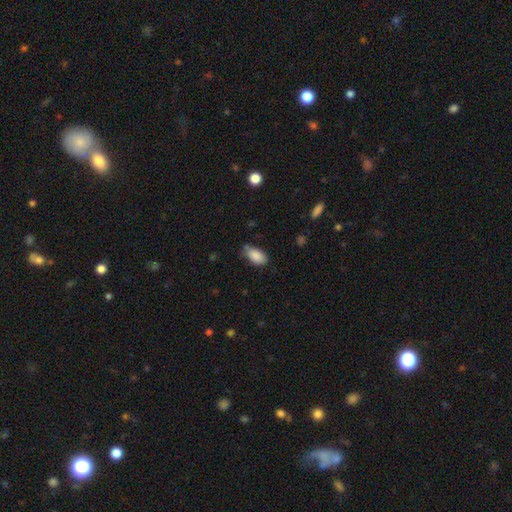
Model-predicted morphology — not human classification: type=smooth (87%); roundness=in between (93%); merging=none (66%).